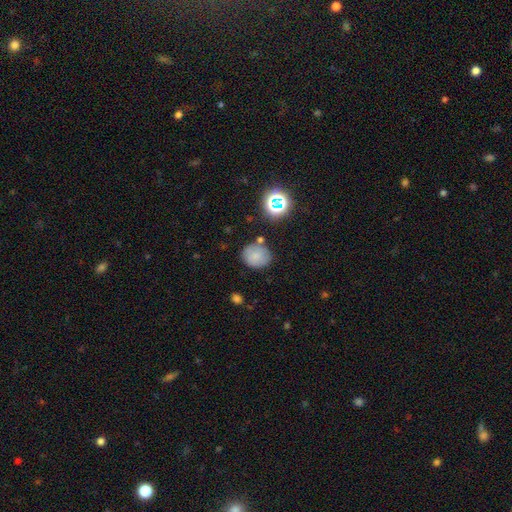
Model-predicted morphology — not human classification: smooth 73%, featured or disk 14%, star or artifact 13%. Down the decision tree: how rounded — round (75%); merging — none (74%).